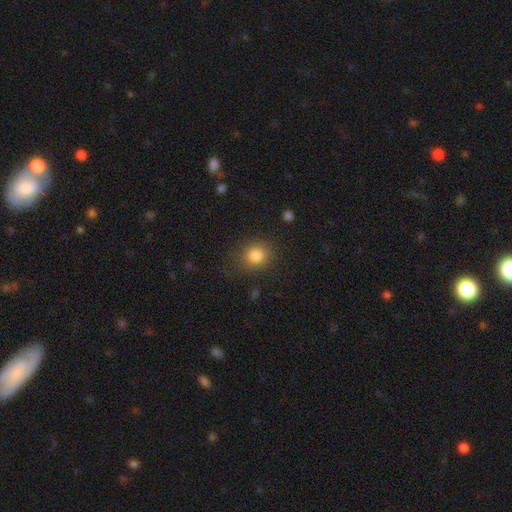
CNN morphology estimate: smooth_or_featured: smooth (p=0.83) [alt: star or artifact p=0.11]
how_rounded: round (p=0.73) [alt: in between p=0.26]
merging: none (p=0.83) [alt: minor disturbance p=0.11]